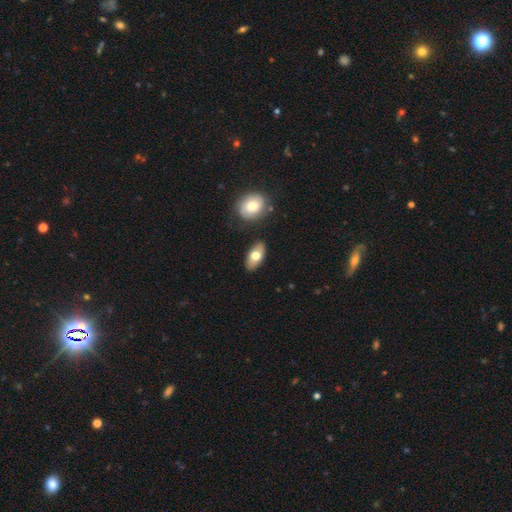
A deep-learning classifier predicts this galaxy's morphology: Smooth or featured: smooth — 70% (featured or disk — 24%)
How rounded: in between — 91% (round — 5%)
Merging: none — 83% (minor disturbance — 10%)